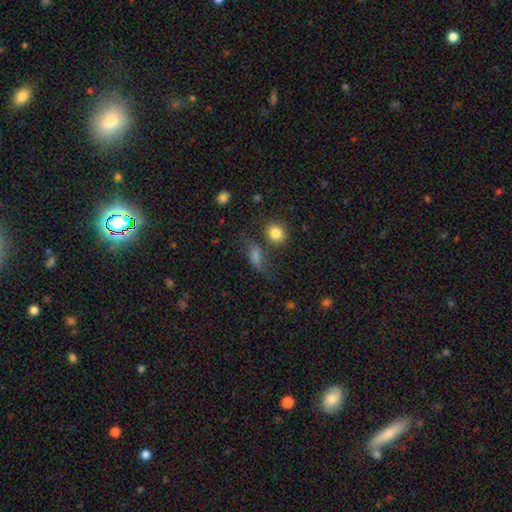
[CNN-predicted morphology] smooth 54%, featured or disk 28%, star or artifact 18%. Down the decision tree: how rounded — in between (59%); merging — none (56%).